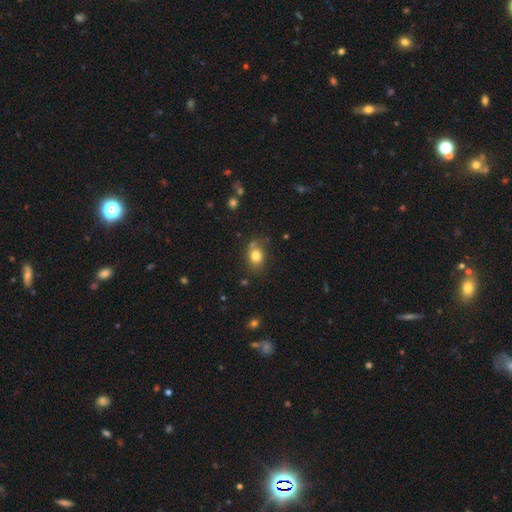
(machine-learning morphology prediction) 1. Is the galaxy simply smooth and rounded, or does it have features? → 79% smooth, 11% star or artifact, 9% featured or disk.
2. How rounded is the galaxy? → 55% in between, 43% round, 1% cigar-shaped.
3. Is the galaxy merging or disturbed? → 71% none, 18% minor disturbance, 6% merger, 5% major disturbance.